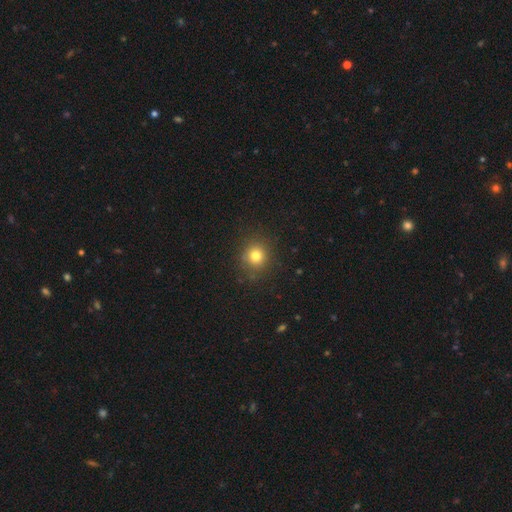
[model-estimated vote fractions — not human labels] Smooth or featured? smooth (78%)
How rounded? round (89%)
Merging? none (87%)